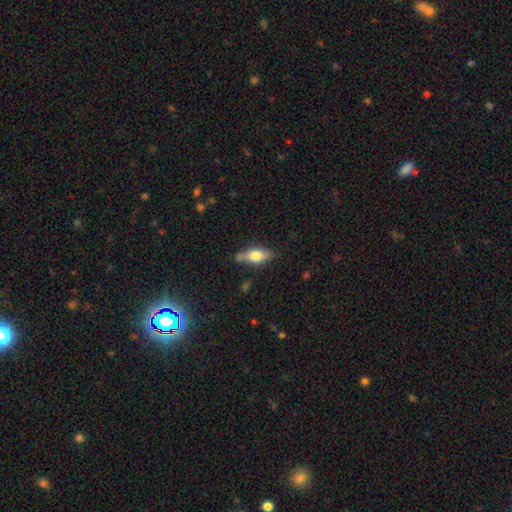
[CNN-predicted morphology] Q: Smooth or featured?
A: smooth (61%); runner-up: featured or disk (32%)
Q: How rounded?
A: in between (73%); runner-up: cigar-shaped (22%)
Q: Merging?
A: none (72%); runner-up: minor disturbance (19%)